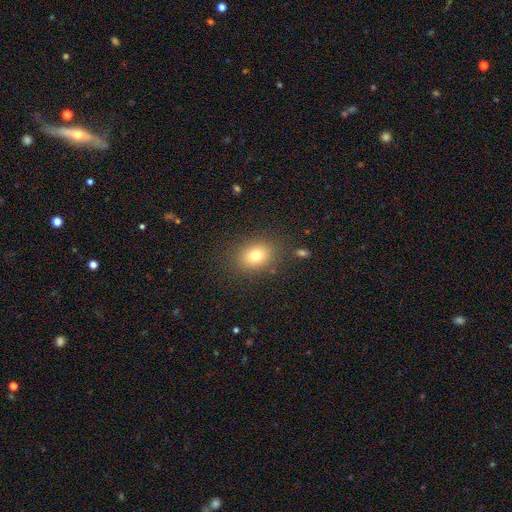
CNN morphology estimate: Smooth or featured: smooth — 77% (star or artifact — 12%)
How rounded: in between — 54% (round — 45%)
Merging: none — 85% (minor disturbance — 9%)